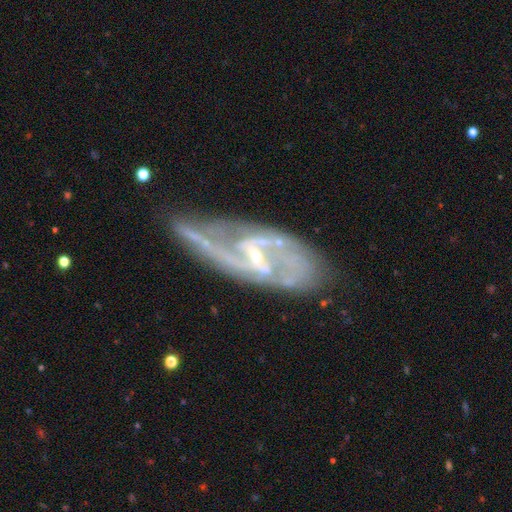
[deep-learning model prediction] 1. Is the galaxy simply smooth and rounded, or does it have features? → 86% featured or disk, 7% smooth, 7% star or artifact.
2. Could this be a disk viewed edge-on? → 91% no, 9% yes.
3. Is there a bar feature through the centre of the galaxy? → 48% weak, 26% no, 26% strong.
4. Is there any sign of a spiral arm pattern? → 89% yes, 11% no.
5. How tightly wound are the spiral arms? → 42% medium, 39% loose, 20% tight.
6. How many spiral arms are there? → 68% 2, 15% can't tell, 7% 1, 5% 3, 3% 4, 2% more than 4.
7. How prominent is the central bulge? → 68% small, 21% moderate, 9% none, 1% large, 1% dominant.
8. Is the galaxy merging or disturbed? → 51% none, 24% minor disturbance, 18% major disturbance, 7% merger.